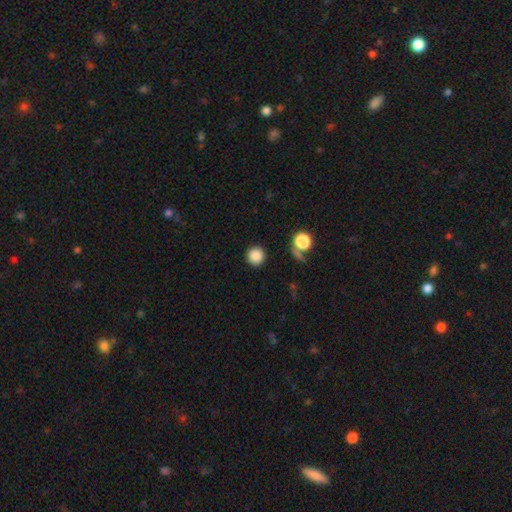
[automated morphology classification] Overall: smooth (85%). How rounded: round (95%). Merging: none (90%).